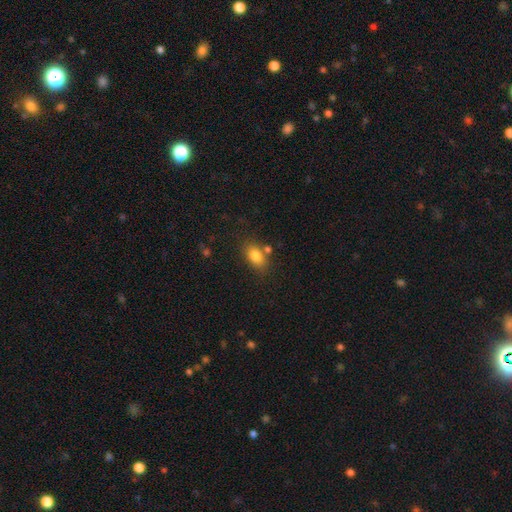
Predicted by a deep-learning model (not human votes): Smooth or featured? smooth (82%)
How rounded? in between (82%)
Merging? none (71%)